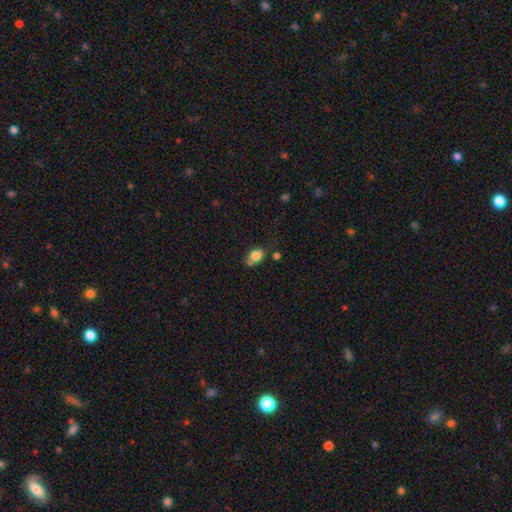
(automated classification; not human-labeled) This is clearly a smooth galaxy (81%). How rounded: possibly in between (59%). Merging: possibly none (52%).